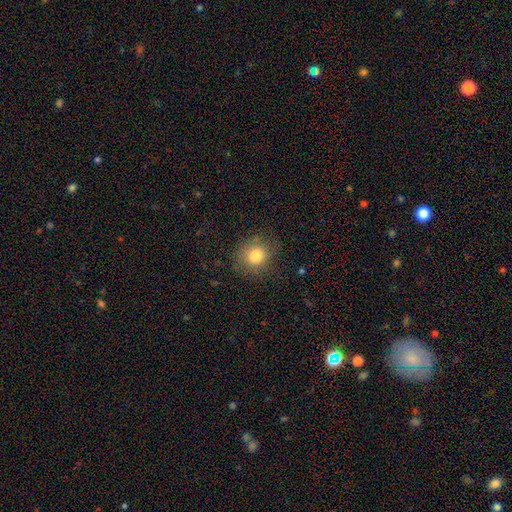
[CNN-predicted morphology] type=smooth (80%); roundness=round (85%); merging=none (80%).